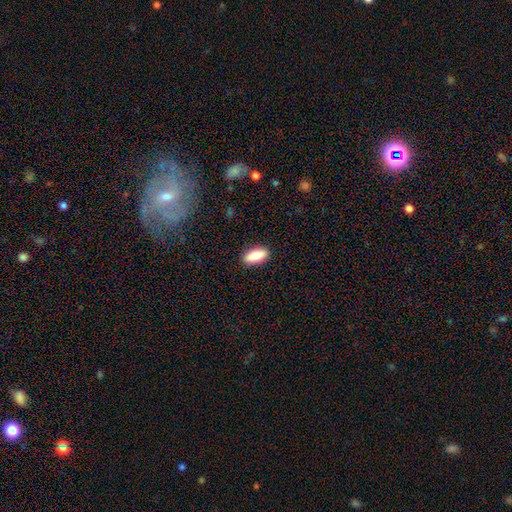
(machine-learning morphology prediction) The model was most divided on "how rounded": in between: 81%, cigar-shaped: 17%, round: 3%. More confident: merging — none (90%); smooth or featured — smooth (81%).